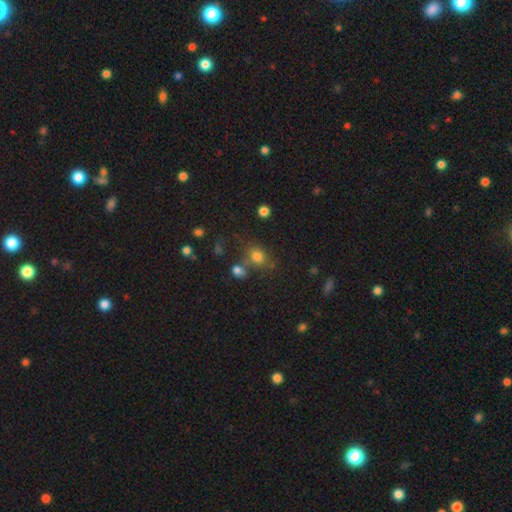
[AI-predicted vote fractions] Smooth or featured? smooth (73%)
How rounded? round (58%)
Merging? none (61%)